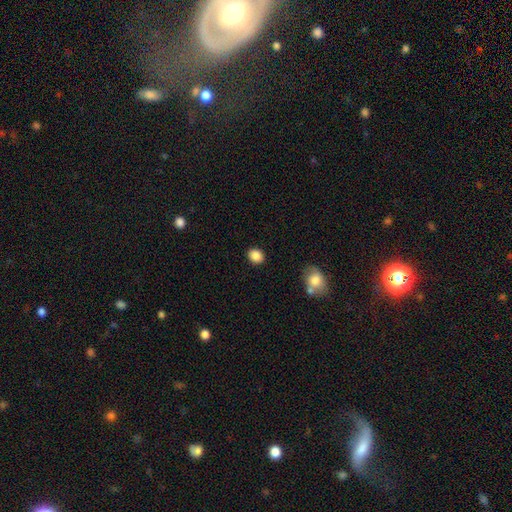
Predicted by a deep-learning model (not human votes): Smooth or featured? smooth (87%)
How rounded? round (58%)
Merging? none (89%)